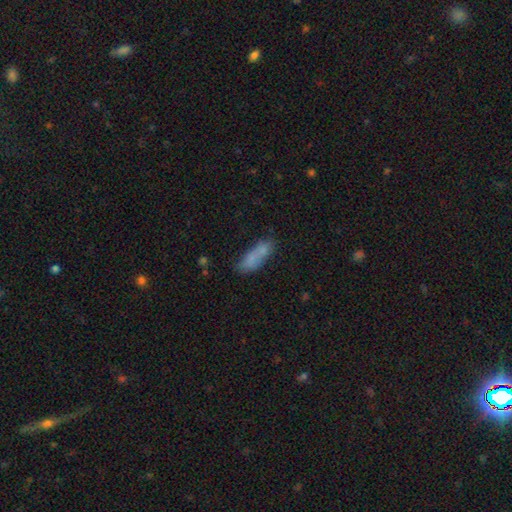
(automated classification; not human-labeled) The model was most divided on "how rounded": in between: 50%, cigar-shaped: 47%, round: 3%. More confident: smooth or featured — smooth (74%); merging — none (55%).